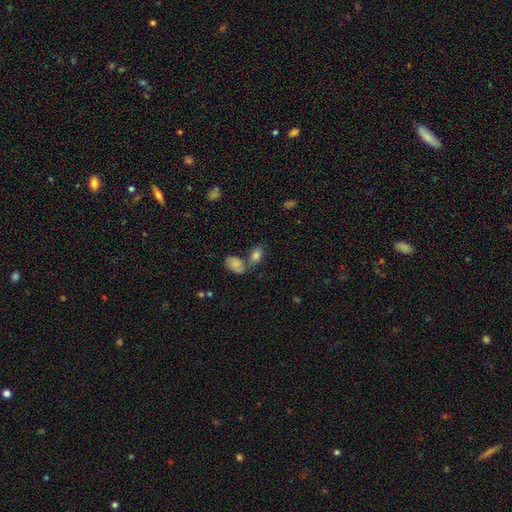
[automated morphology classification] Smooth or featured? smooth (72%)
How rounded? in between (76%)
Merging? none (47%)